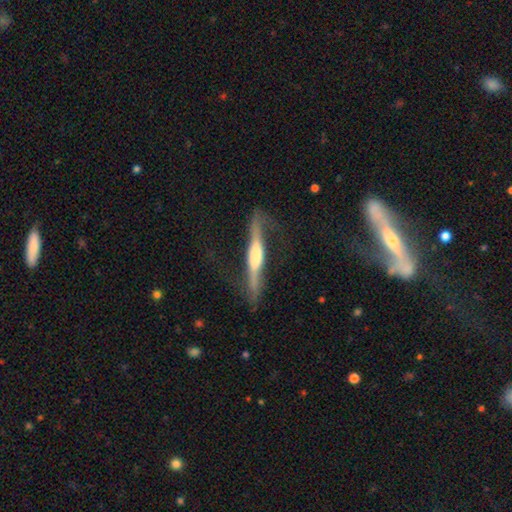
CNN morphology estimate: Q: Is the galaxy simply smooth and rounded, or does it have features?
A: featured or disk — 66%.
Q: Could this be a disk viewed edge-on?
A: yes — 81%.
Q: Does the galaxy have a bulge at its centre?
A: rounded — 43%.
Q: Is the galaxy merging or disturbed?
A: none — 52%.